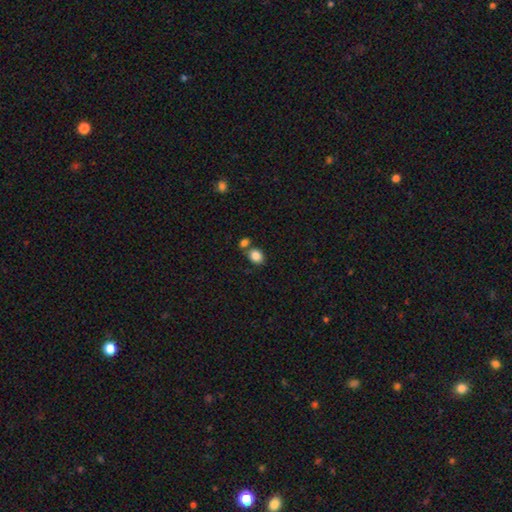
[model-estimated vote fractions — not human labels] This appears to be a smooth galaxy with no disk features (85%) that is in between round and cigar-shaped (55%). Merging: none (62%).